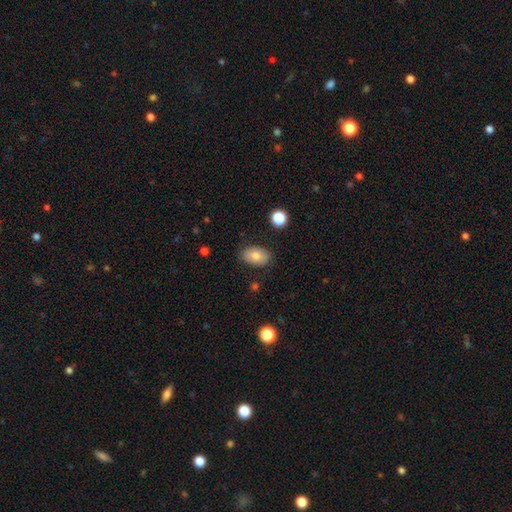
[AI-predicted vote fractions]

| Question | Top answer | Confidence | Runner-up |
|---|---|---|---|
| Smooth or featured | smooth | 78% | featured or disk (14%) |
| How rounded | in between | 86% | round (12%) |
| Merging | none | 83% | minor disturbance (13%) |